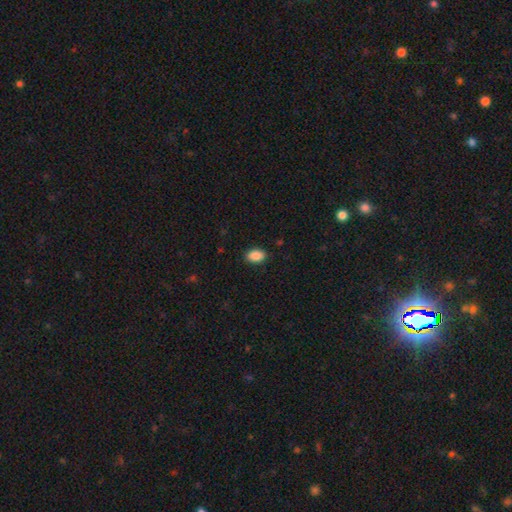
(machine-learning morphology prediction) Smooth or featured? Predicted: smooth (p=0.90). How rounded? Predicted: in between (p=0.88). Merging? Predicted: none (p=0.89).